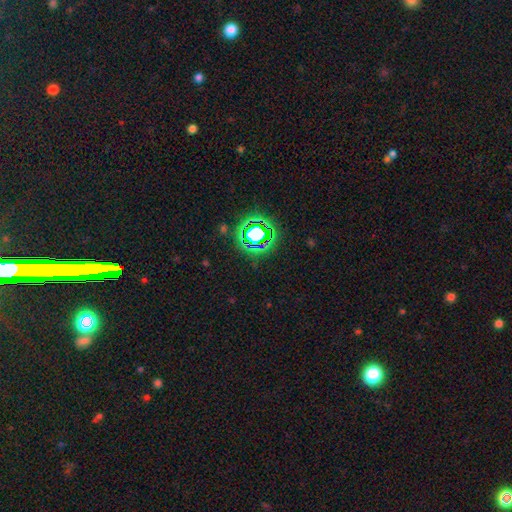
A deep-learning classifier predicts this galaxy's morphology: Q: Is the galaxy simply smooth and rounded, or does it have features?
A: star or artifact — 77%.